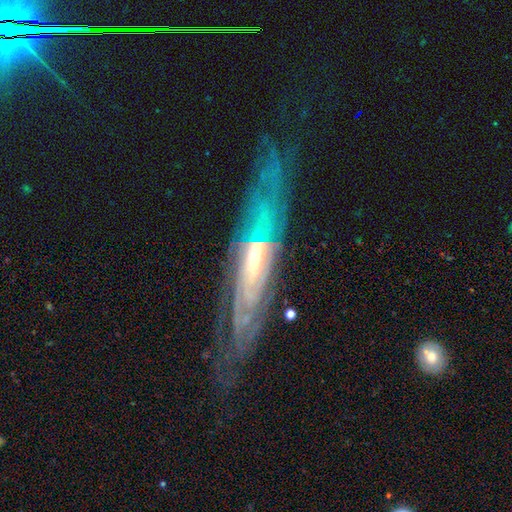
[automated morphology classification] A featured or disk galaxy (80%). Merging: none (72%).